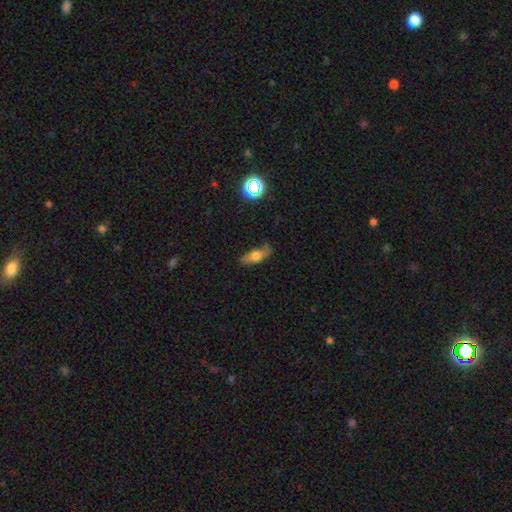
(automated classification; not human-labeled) This appears to be a smooth galaxy with no disk features (61%) that is in between round and cigar-shaped (69%). Merging: none (59%).